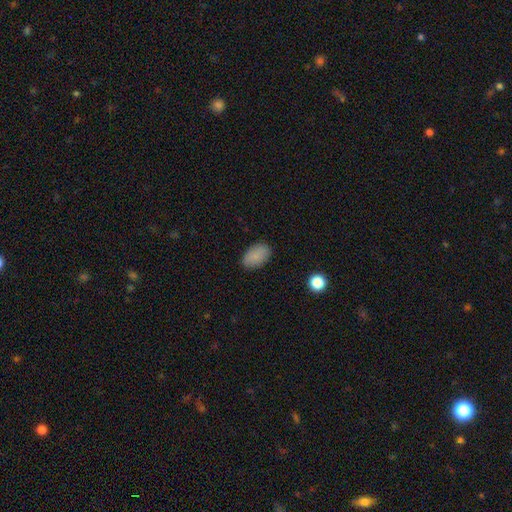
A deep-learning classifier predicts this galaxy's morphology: Smooth or featured? Predicted: smooth (p=0.86). How rounded? Predicted: in between (p=0.91). Merging? Predicted: none (p=0.86).